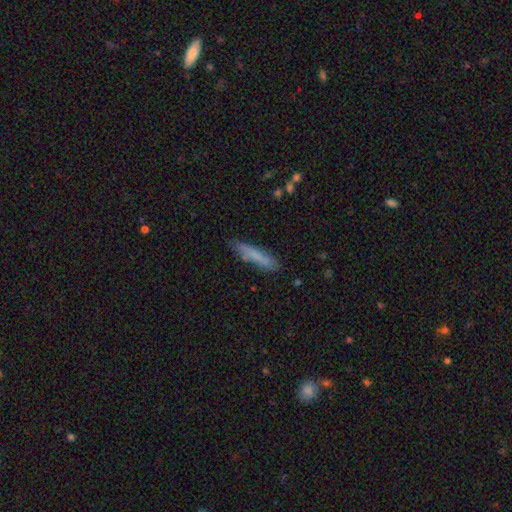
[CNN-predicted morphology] smooth_or_featured: smooth (p=0.75) [alt: featured or disk p=0.18]
how_rounded: cigar-shaped (p=0.89) [alt: in between p=0.09]
merging: none (p=0.79) [alt: minor disturbance p=0.15]